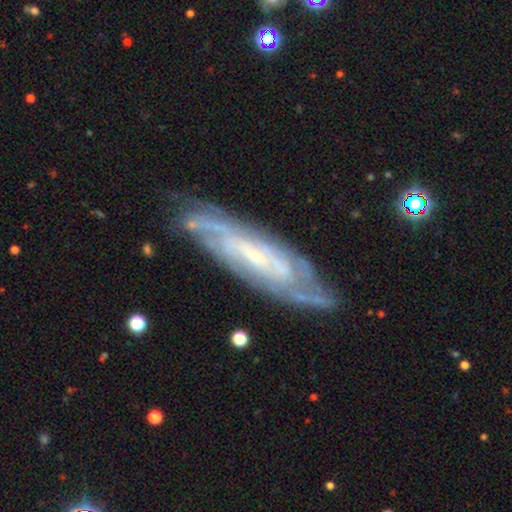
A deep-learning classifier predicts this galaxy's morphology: Smooth or featured?
  - featured or disk: 85% *
  - smooth: 9%
  - star or artifact: 6%
Edge-on disk?
  - no: 80% *
  - yes: 20%
Bar?
  - no: 46% *
  - weak: 37%
  - strong: 17%
Spiral arms?
  - yes: 95% *
  - no: 5%
Spiral winding?
  - tight: 65% *
  - medium: 29%
  - loose: 6%
Spiral arm count?
  - can't tell: 41% *
  - 2: 18%
  - 3: 16%
  - 4: 14%
  - more than 4: 7%
  - 1: 5%
Bulge size?
  - small: 70% *
  - moderate: 20%
  - none: 7%
  - large: 2%
  - dominant: 1%
Merging?
  - none: 77% *
  - minor disturbance: 17%
  - major disturbance: 5%
  - merger: 2%